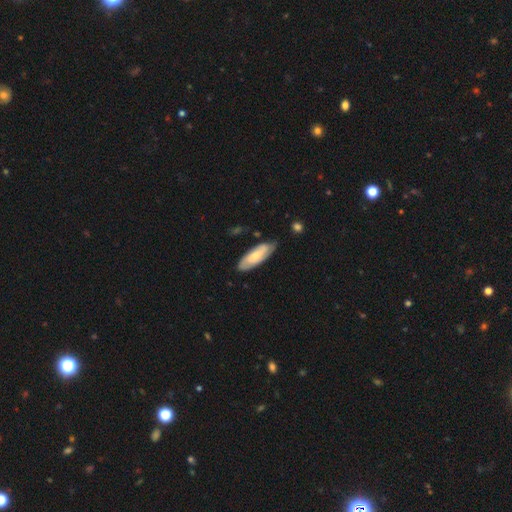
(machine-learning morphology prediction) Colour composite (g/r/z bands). It shows a smooth galaxy with no disk features (49%). Merging: none (73%).